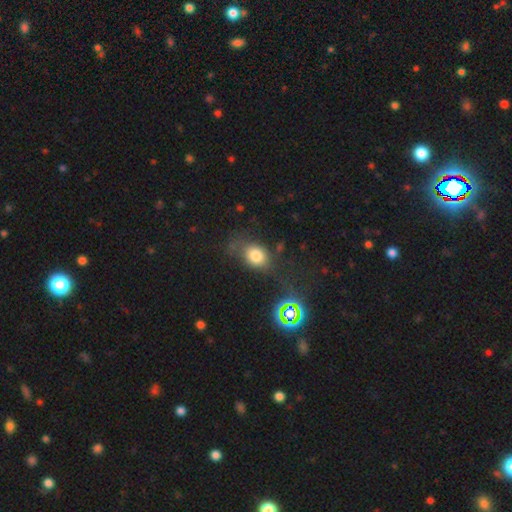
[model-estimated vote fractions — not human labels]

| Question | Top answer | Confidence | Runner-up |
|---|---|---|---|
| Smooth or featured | smooth | 73% | star or artifact (15%) |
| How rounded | in between | 56% | round (42%) |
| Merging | none | 56% | minor disturbance (24%) |